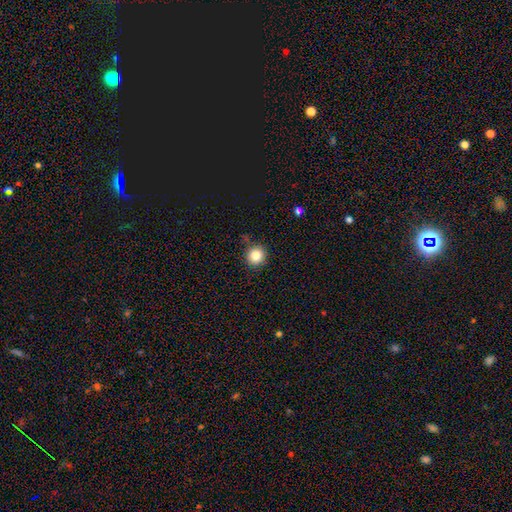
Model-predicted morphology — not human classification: Overall: smooth (83%). How rounded: round (93%). Merging: none (85%).